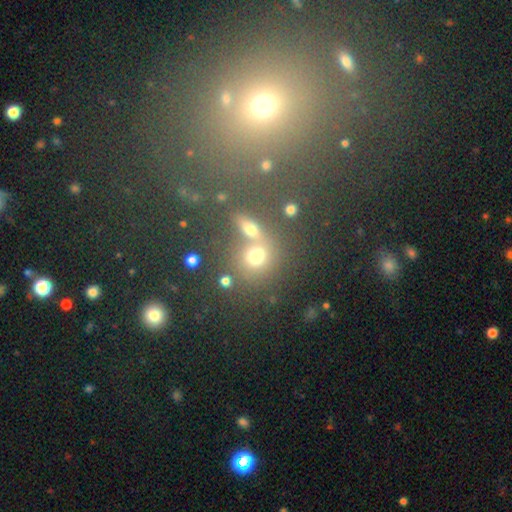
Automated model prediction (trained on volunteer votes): Smooth or featured? Predicted: smooth (p=0.62). How rounded? Predicted: round (p=0.75). Merging? Predicted: none (p=0.52).